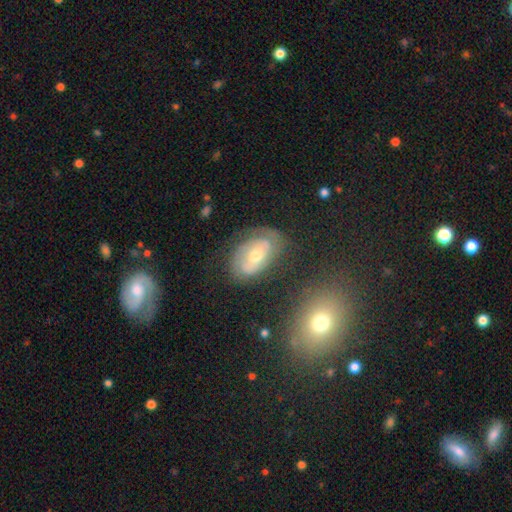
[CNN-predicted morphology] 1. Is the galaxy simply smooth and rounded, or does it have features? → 66% featured or disk, 26% smooth, 8% star or artifact.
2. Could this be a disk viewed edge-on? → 94% no, 6% yes.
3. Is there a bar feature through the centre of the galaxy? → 62% no, 28% weak, 10% strong.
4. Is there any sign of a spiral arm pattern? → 73% yes, 27% no.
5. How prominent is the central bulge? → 63% moderate, 31% small, 3% large, 1% none, 1% dominant.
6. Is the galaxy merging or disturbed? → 65% none, 22% minor disturbance, 10% major disturbance, 4% merger.